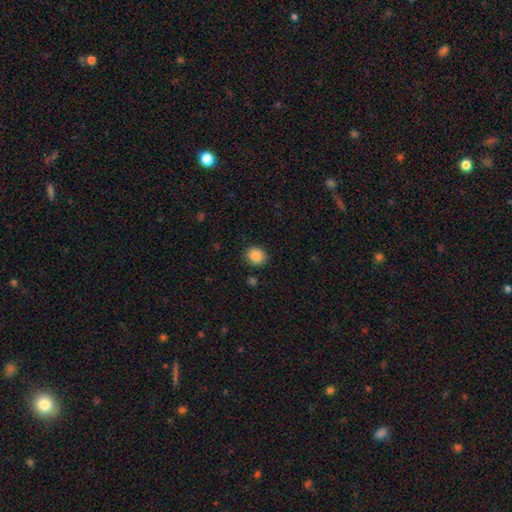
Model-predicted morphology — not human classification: smooth_or_featured: smooth (p=0.87) [alt: star or artifact p=0.09]
how_rounded: round (p=0.69) [alt: in between p=0.30]
merging: none (p=0.87) [alt: minor disturbance p=0.09]